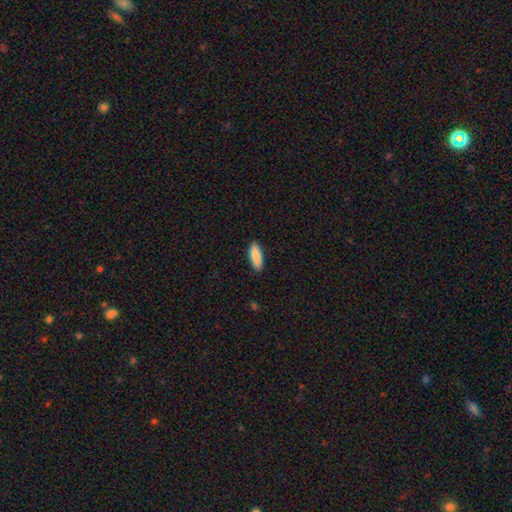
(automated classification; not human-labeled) The model was most divided on "how rounded": in between: 62%, cigar-shaped: 36%, round: 2%. More confident: merging — none (89%); smooth or featured — smooth (88%).